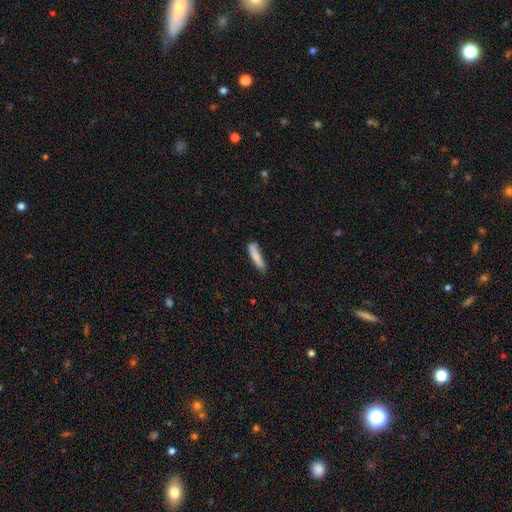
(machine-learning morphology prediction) A smooth galaxy with no disk features (82%) that is cigar-shaped (85%).

Vote fractions:
- Smooth or featured? smooth: 82% / featured or disk: 12% / star or artifact: 7%
- How rounded? cigar-shaped: 85% / in between: 14% / round: 1%
- Merging? none: 71% / minor disturbance: 21% / major disturbance: 4% / merger: 4%